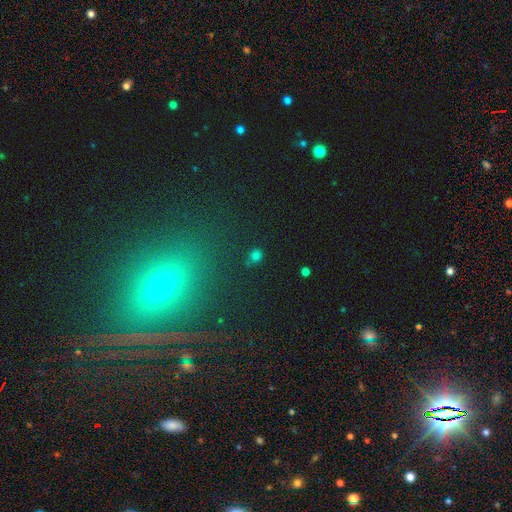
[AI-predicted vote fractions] A smooth galaxy with no disk features (72%) that is round (65%). Merging: none (71%).